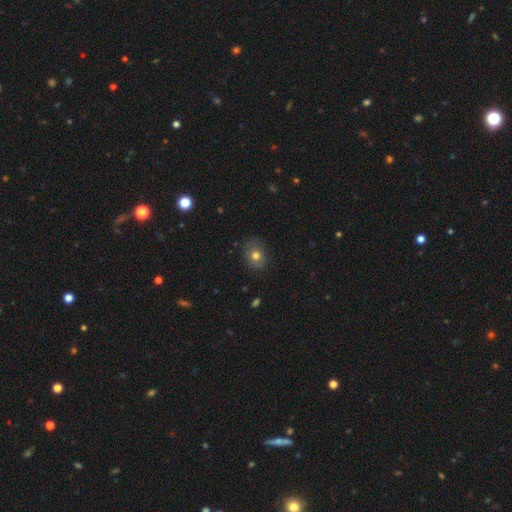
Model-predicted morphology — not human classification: Overall: smooth (75%). How rounded: round (53%; in between 46%). Merging: none (82%).